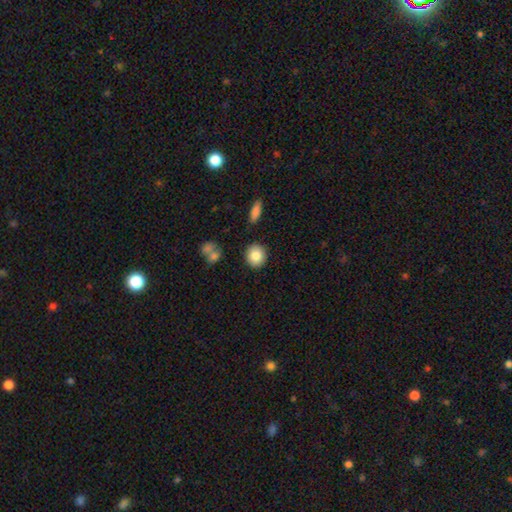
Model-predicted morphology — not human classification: This is clearly a smooth galaxy (83%). How rounded: likely round (77%). Merging: clearly none (88%).